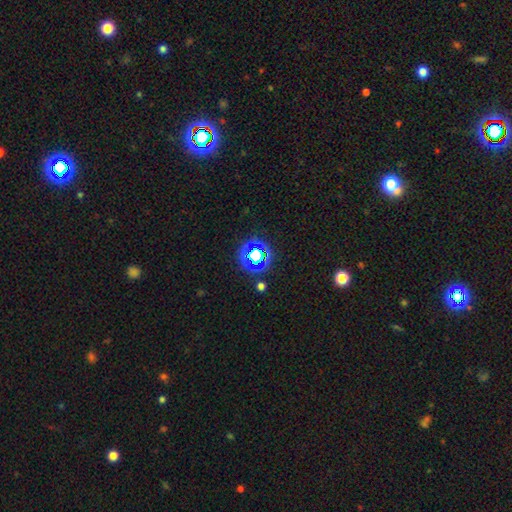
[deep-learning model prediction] Q: Smooth or featured?
A: star or artifact (66%); runner-up: smooth (24%)